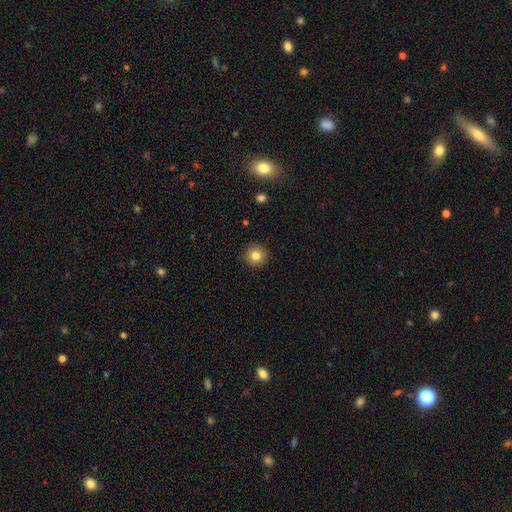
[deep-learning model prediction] Overall: smooth (82%). How rounded: round (95%). Merging: none (91%).